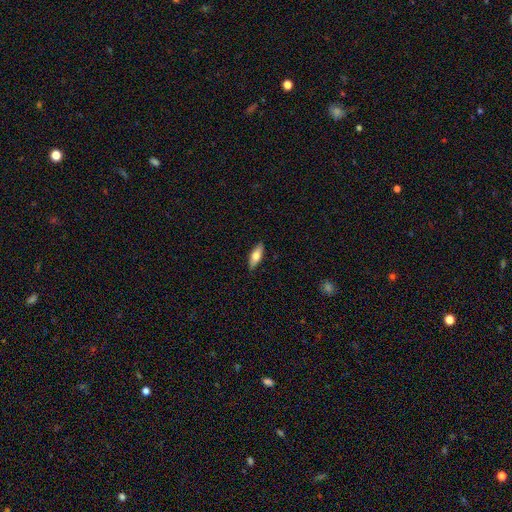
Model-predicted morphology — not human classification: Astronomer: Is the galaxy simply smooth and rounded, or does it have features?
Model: smooth — 62%.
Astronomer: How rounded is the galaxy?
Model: in between — 61% (runner-up: cigar-shaped, 36%).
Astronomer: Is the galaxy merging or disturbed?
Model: none — 87%.